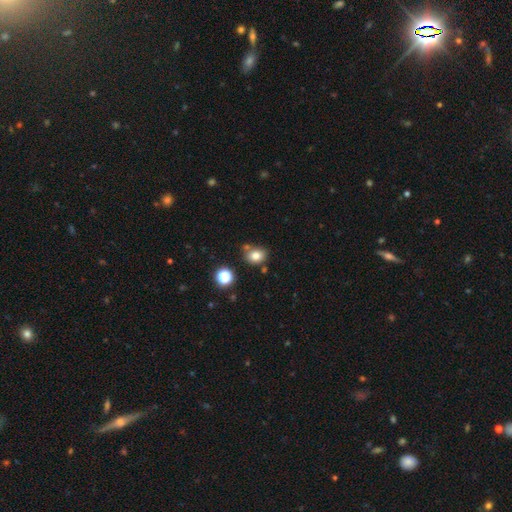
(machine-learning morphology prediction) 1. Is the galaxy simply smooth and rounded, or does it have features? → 79% smooth, 13% star or artifact, 8% featured or disk.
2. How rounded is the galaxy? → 52% round, 48% in between, 1% cigar-shaped.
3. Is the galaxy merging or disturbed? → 70% none, 14% minor disturbance, 12% merger, 4% major disturbance.